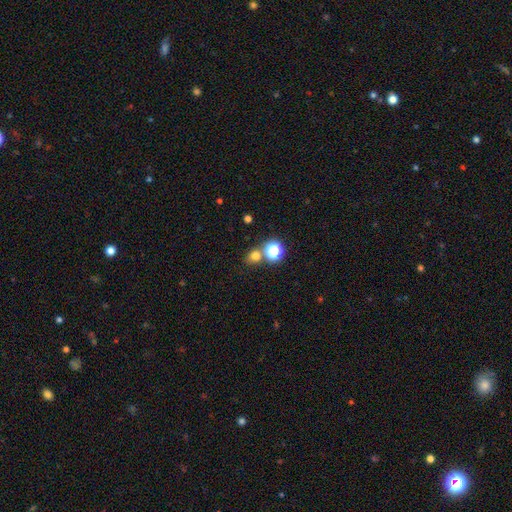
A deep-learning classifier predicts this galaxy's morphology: A smooth galaxy with no disk features (69%) that is round (71%).

Vote fractions:
- Smooth or featured? smooth: 69% / star or artifact: 24% / featured or disk: 7%
- How rounded? round: 71% / in between: 28% / cigar-shaped: 1%
- Merging? none: 67% / merger: 22% / minor disturbance: 8% / major disturbance: 3%